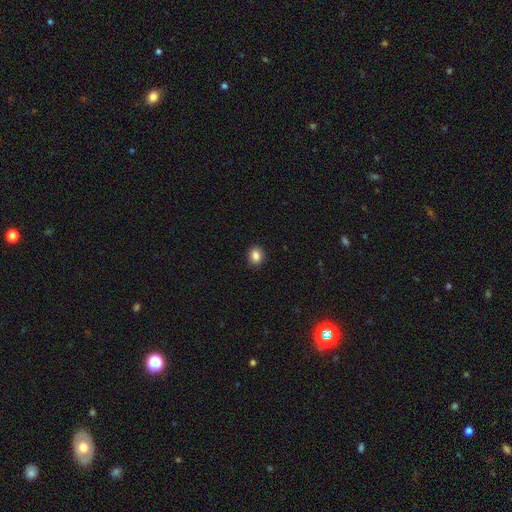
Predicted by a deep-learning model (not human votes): Overall: smooth (86%). How rounded: round (52%; in between 47%). Merging: none (91%).